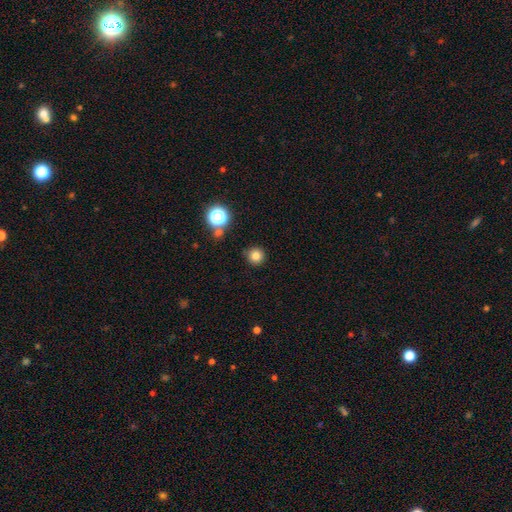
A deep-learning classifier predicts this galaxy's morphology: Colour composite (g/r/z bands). It shows a smooth galaxy with no disk features (80%) that is round (95%). Merging: none (87%).